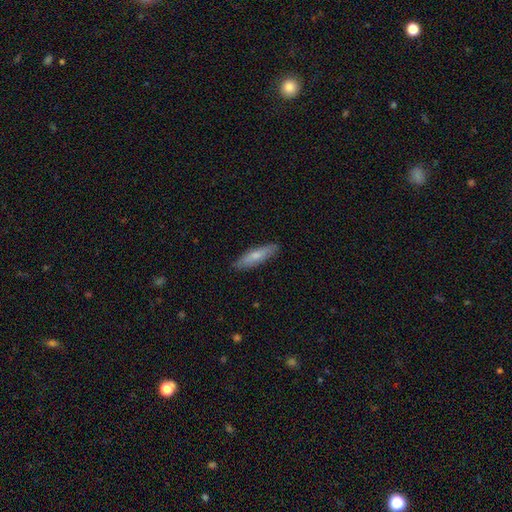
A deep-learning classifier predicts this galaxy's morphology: Overall: smooth (71%). How rounded: cigar-shaped (72%). Merging: none (88%).